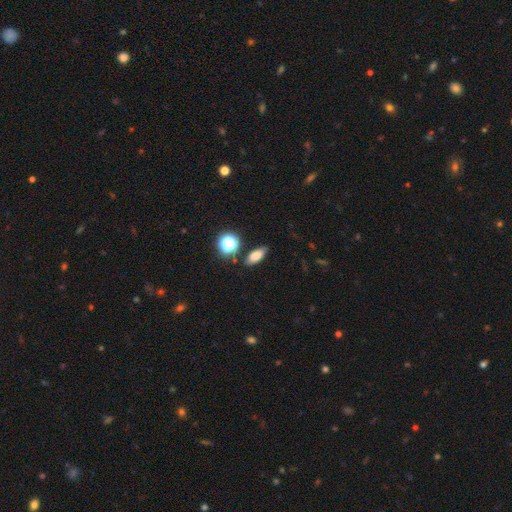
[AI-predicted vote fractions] Smooth or featured? Predicted: smooth (p=0.76). How rounded? Predicted: in between (p=0.72). Merging? Predicted: none (p=0.81).